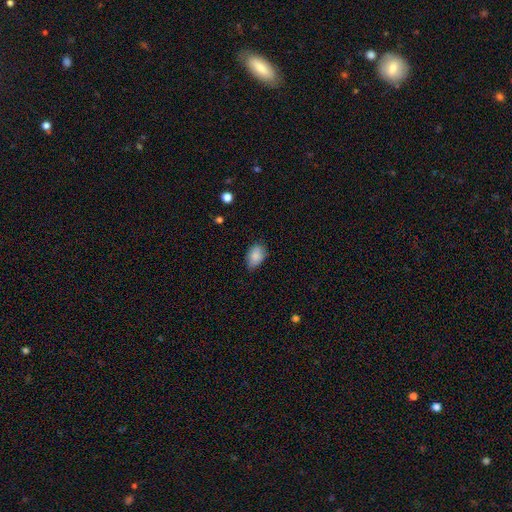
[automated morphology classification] smooth_or_featured: smooth (p=0.85) [alt: featured or disk p=0.08]
how_rounded: in between (p=0.85) [alt: round p=0.14]
merging: none (p=0.71) [alt: minor disturbance p=0.24]